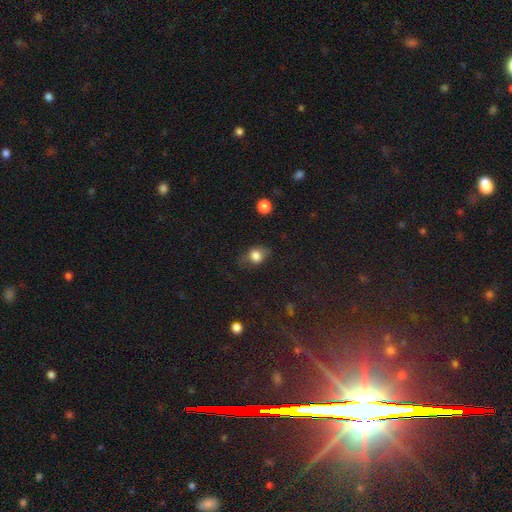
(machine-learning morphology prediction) Smooth or featured: smooth — 78% (featured or disk — 11%)
How rounded: in between — 52% (round — 46%)
Merging: none — 66% (minor disturbance — 24%)